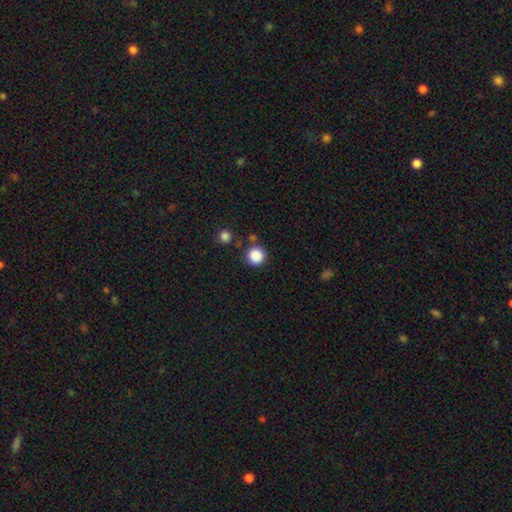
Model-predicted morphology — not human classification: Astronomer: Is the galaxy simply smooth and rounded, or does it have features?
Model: smooth — 87%.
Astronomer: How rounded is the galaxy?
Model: round — 95%.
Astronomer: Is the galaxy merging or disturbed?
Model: none — 84%.